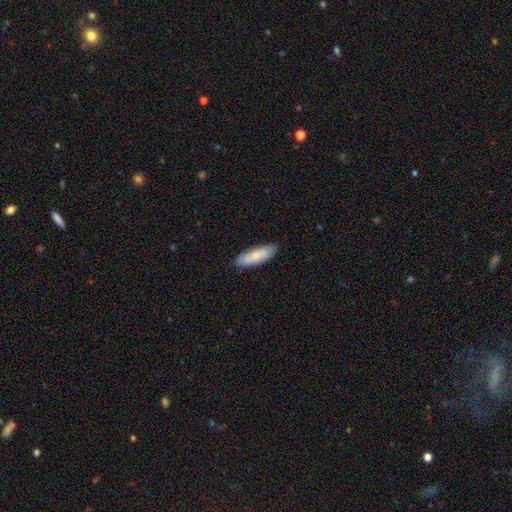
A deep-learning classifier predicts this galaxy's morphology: A smooth galaxy with no disk features (71%) that is in between round and cigar-shaped (57%). Merging: none (84%).